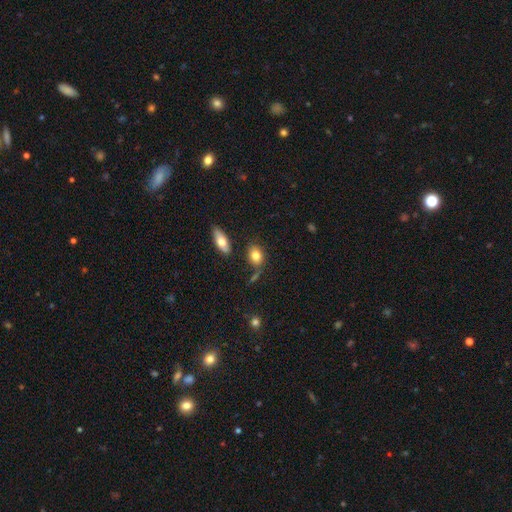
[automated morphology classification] Overall: smooth (81%). How rounded: in between (61%; round 36%). Merging: none (71%).